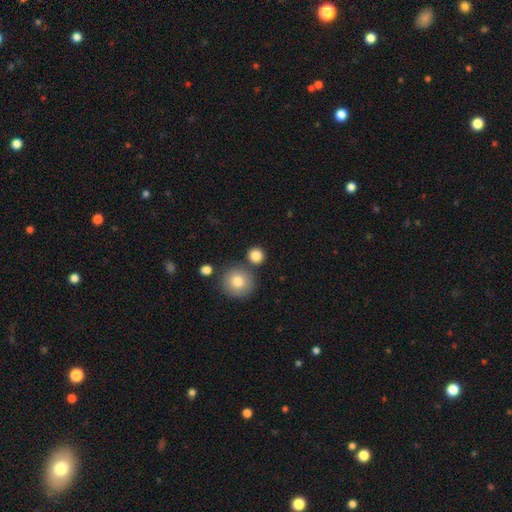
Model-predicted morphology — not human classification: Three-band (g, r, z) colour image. It shows a smooth galaxy with no disk features (85%) that is round (91%). Merging: none (79%).